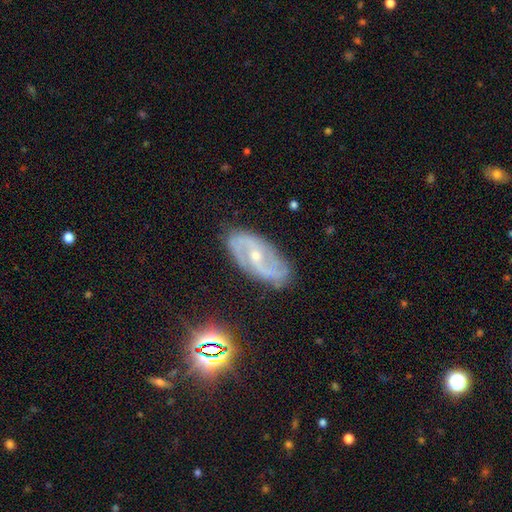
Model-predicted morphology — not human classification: smooth_or_featured: featured or disk (p=0.85) [alt: smooth p=0.08]
disk_edge_on: no (p=0.95) [alt: yes p=0.05]
bar: weak (p=0.43) [alt: no p=0.35]
has_spiral_arms: yes (p=0.95) [alt: no p=0.05]
spiral_winding: medium (p=0.46) [alt: loose p=0.29]
spiral_arm_count: 2 (p=0.84) [alt: can't tell p=0.07]
bulge_size: small (p=0.66) [alt: moderate p=0.32]
merging: none (p=0.78) [alt: minor disturbance p=0.16]